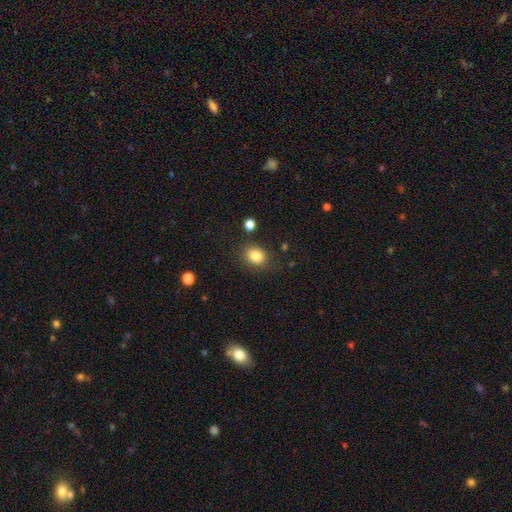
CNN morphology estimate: A smooth galaxy with no disk features (84%) that is round (55%). Merging: none (80%).